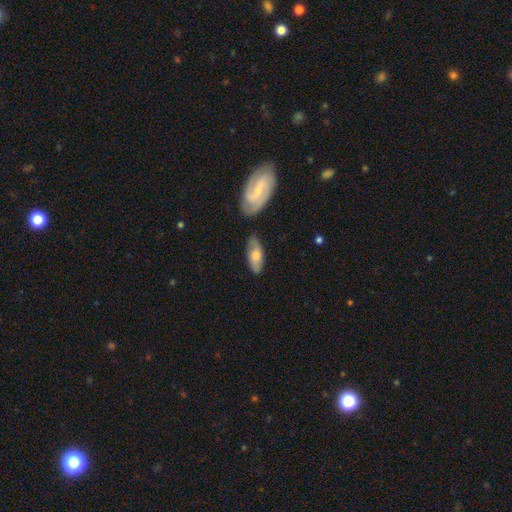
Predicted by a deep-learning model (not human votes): Smooth or featured? Predicted: smooth (p=0.57). How rounded? Predicted: in between (p=0.79). Merging? Predicted: none (p=0.72).